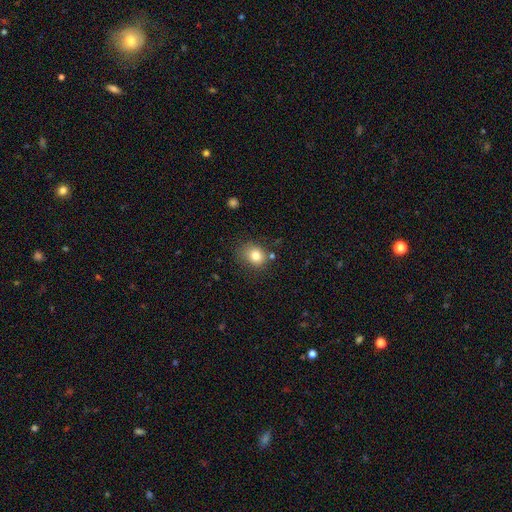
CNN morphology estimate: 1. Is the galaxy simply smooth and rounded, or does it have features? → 80% smooth, 11% star or artifact, 9% featured or disk.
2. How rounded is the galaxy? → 63% round, 36% in between, 1% cigar-shaped.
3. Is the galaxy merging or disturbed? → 69% none, 19% minor disturbance, 6% major disturbance, 5% merger.